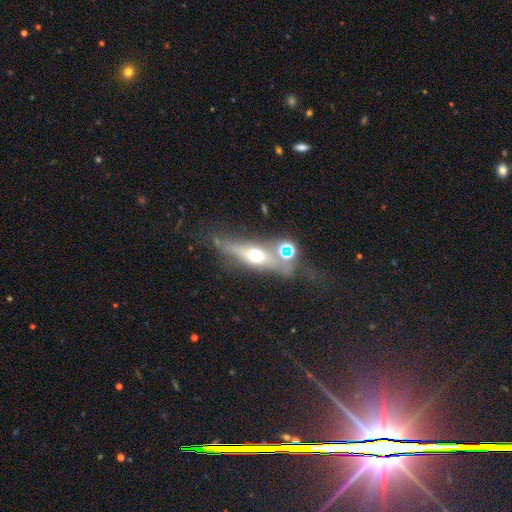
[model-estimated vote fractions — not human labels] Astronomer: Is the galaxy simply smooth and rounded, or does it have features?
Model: featured or disk — 54% (runner-up: smooth, 31%).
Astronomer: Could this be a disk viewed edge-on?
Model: yes — 78%.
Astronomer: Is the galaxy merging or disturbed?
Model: none — 62%.